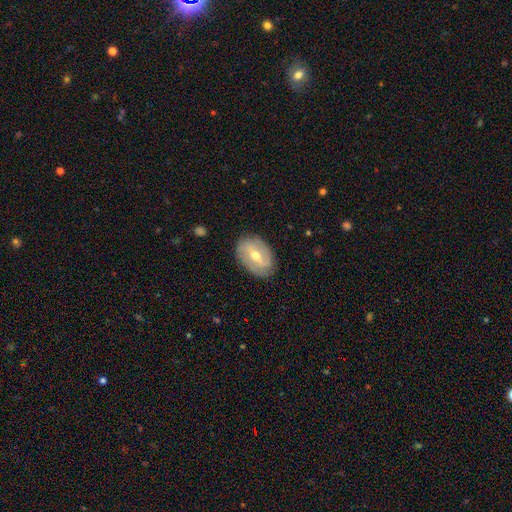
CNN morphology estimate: Smooth or featured: featured or disk — 70% (smooth — 24%)
Edge-on disk: no — 94% (yes — 6%)
Bar: weak — 47% (strong — 32%)
Spiral arms: yes — 76% (no — 24%)
Bulge size: moderate — 67% (small — 29%)
Merging: none — 83% (minor disturbance — 13%)